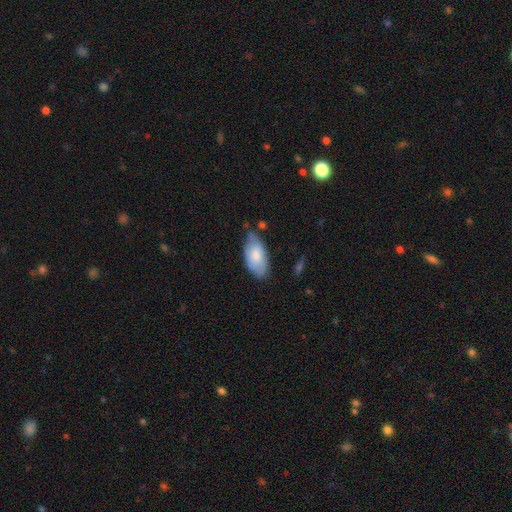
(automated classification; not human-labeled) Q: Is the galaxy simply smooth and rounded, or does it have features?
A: smooth — 77%.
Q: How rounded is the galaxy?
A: in between — 94%.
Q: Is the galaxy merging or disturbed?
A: none — 62%.